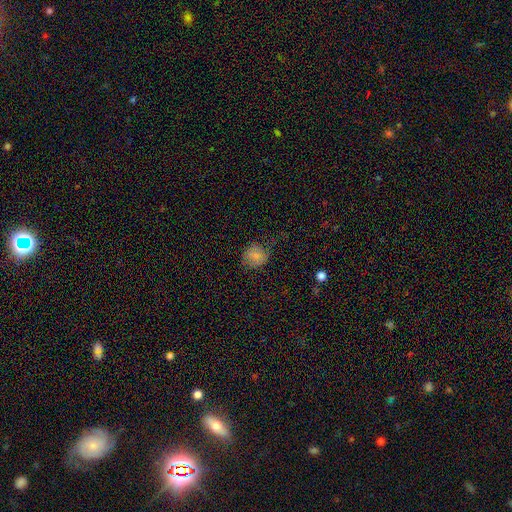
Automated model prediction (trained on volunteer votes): This appears to be a smooth galaxy with no disk features (74%) that is round (73%). Merging: none (54%).